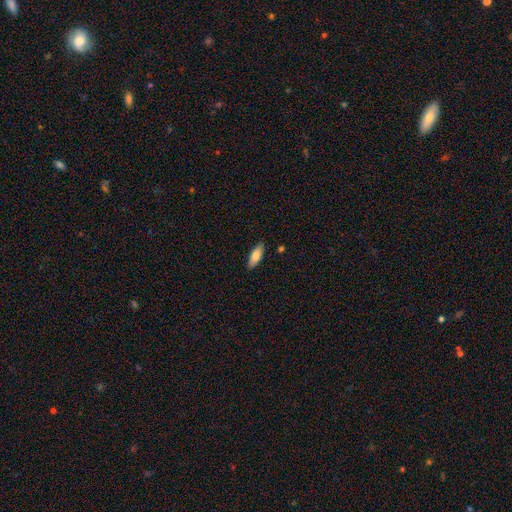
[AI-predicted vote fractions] A smooth galaxy with no disk features (79%) that is in between round and cigar-shaped (64%). Merging: none (87%).